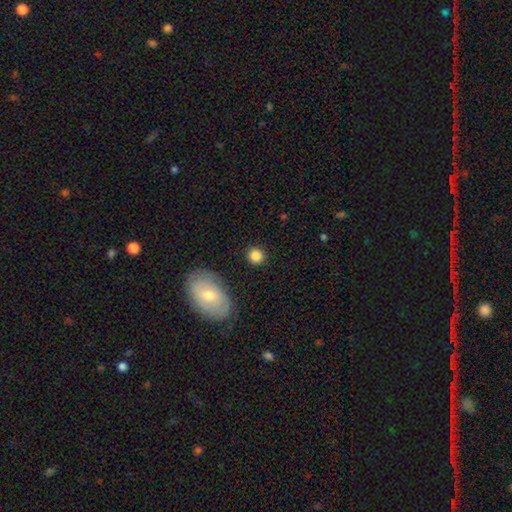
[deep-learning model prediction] smooth-or-featured: smooth: 85% | star or artifact: 9% | featured or disk: 6%
  how-rounded: round: 86% | in between: 13% | cigar-shaped: 1%
  merging: none: 87% | minor disturbance: 8% | major disturbance: 3% | merger: 3%